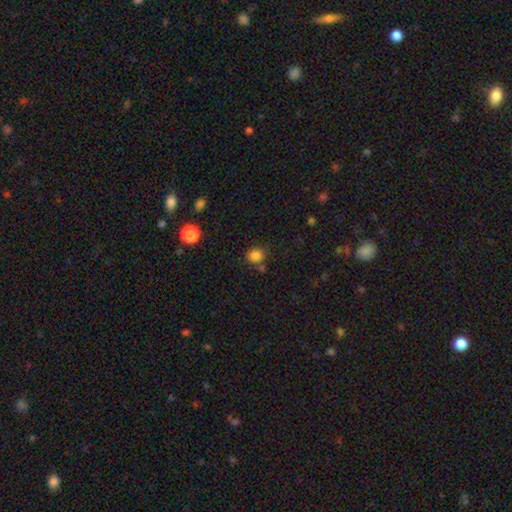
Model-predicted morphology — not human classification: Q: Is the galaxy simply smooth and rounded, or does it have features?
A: smooth — 82%.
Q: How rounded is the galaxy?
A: round — 78%.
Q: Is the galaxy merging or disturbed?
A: none — 73%.